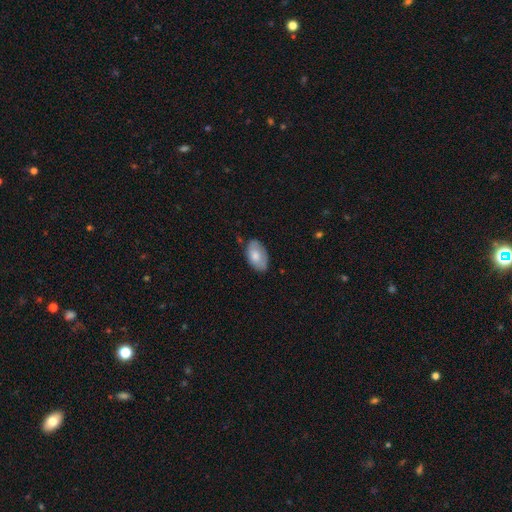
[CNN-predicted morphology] This is likely a smooth galaxy (73%). How rounded: clearly in between (93%). Merging: likely none (71%).